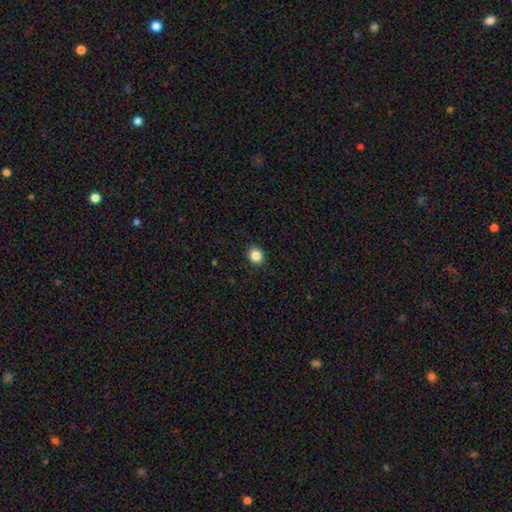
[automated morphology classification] smooth 86%, star or artifact 10%, featured or disk 4%. Down the decision tree: how rounded — round (76%); merging — none (91%).